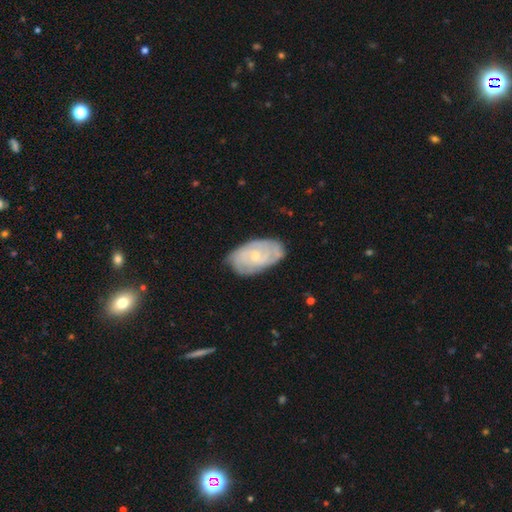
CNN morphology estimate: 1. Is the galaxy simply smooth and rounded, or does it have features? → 67% featured or disk, 27% smooth, 6% star or artifact.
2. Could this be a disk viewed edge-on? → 95% no, 5% yes.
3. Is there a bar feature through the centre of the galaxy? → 70% no, 26% weak, 4% strong.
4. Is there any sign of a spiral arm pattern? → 84% yes, 16% no.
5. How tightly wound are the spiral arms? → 65% tight, 27% medium, 8% loose.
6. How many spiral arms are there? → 49% can't tell, 23% 2, 13% 3, 7% 4, 4% 1, 4% more than 4.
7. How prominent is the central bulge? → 69% small, 26% moderate, 3% none, 1% large, 1% dominant.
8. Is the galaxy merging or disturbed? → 77% none, 18% minor disturbance, 4% major disturbance, 1% merger.